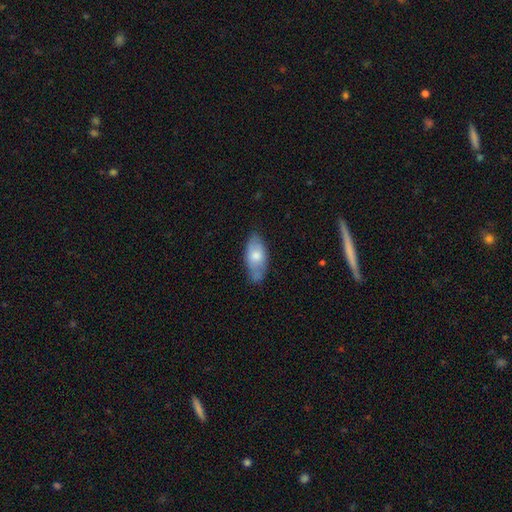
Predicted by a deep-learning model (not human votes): Smooth or featured? Predicted: smooth (p=0.68). How rounded? Predicted: in between (p=0.88). Merging? Predicted: none (p=0.66).